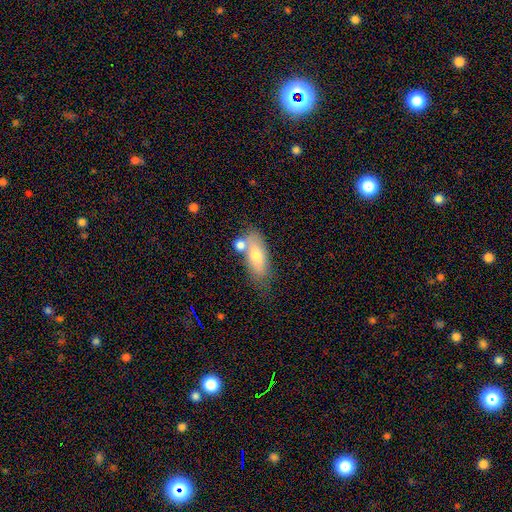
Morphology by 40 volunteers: smooth_or_featured: smooth (p=0.78) [alt: featured or disk p=0.17]
how_rounded: in between (p=0.68) [alt: cigar-shaped p=0.32]
merging: none (p=0.71) [alt: minor disturbance p=0.21]